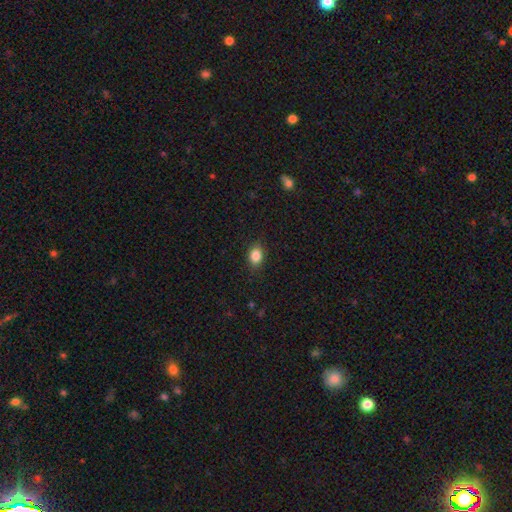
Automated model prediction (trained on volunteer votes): Morphology: type=smooth (86%); roundness=in between (70%); merging=none (87%).